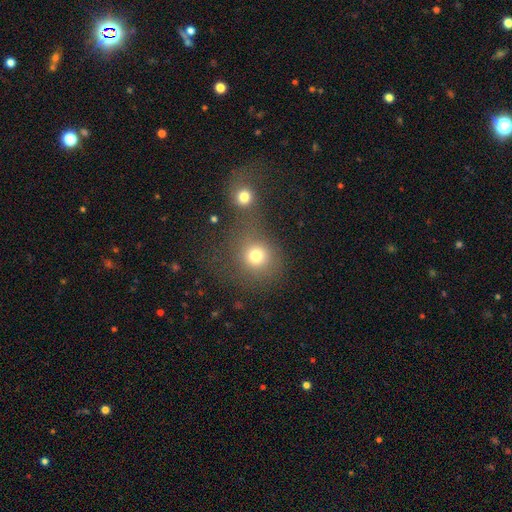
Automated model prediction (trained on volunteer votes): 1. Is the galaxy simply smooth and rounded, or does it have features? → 75% smooth, 15% star or artifact, 10% featured or disk.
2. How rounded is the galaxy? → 82% round, 17% in between, 1% cigar-shaped.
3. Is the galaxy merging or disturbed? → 49% none, 35% merger, 9% minor disturbance, 7% major disturbance.